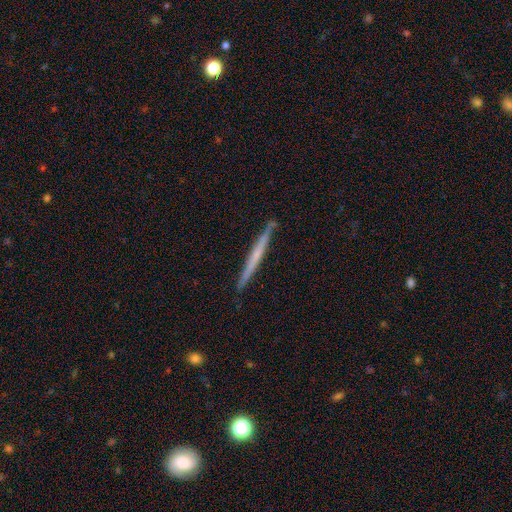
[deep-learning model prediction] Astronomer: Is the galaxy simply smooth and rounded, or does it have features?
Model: featured or disk — 57% (runner-up: smooth, 37%).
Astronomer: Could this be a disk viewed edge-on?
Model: yes — 97%.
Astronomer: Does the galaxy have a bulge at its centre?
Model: none — 74%.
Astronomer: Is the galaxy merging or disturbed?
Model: none — 88%.